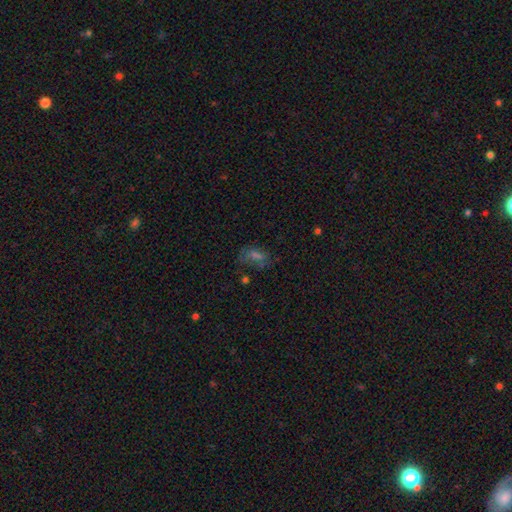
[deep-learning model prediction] This is marginally a smooth galaxy (40%). Merging: possibly none (58%).